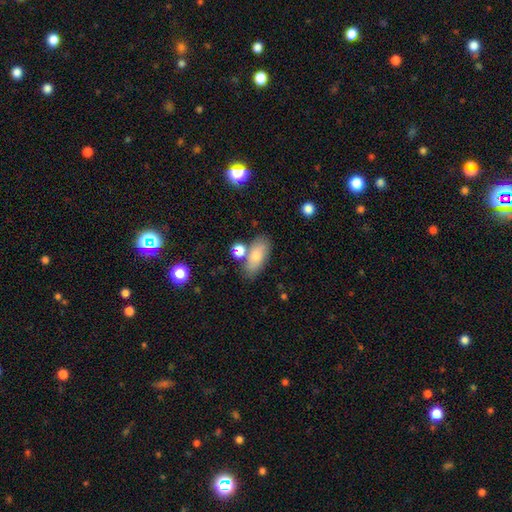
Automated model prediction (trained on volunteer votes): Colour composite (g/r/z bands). It shows a smooth galaxy with no disk features (78%) that is in between round and cigar-shaped (86%). Merging: none (65%).